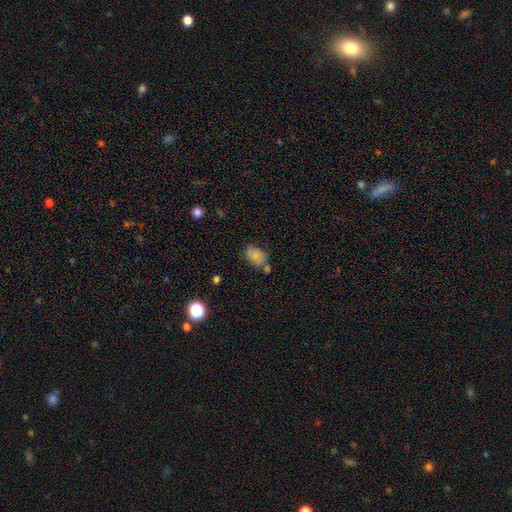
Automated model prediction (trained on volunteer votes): The model was most divided on "merging": none: 47%, minor disturbance: 27%, merger: 17%, major disturbance: 8%. More confident: how rounded — in between (81%); smooth or featured — smooth (69%).